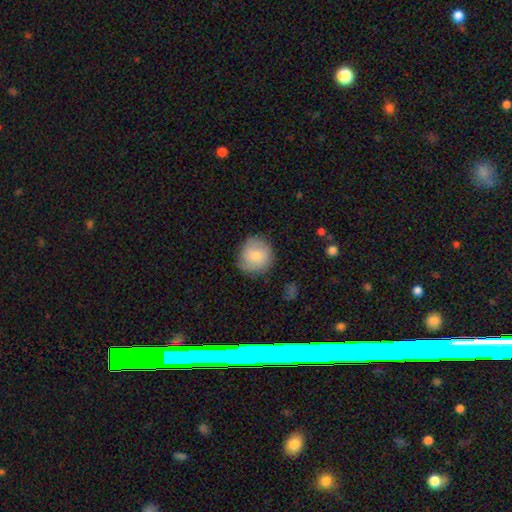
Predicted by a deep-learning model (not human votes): smooth-or-featured: smooth: 73% | featured or disk: 20% | star or artifact: 7%
  how-rounded: round: 90% | in between: 9% | cigar-shaped: 1%
  merging: none: 75% | minor disturbance: 20% | major disturbance: 4% | merger: 1%